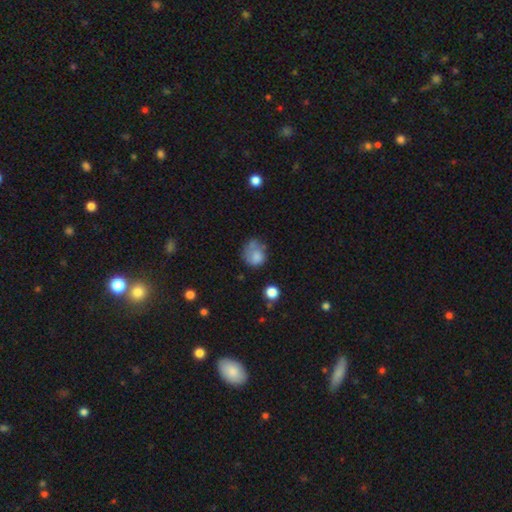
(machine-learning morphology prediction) Overall: smooth (74%). How rounded: round (67%; in between 32%). Merging: none (38%; minor disturbance 30%).